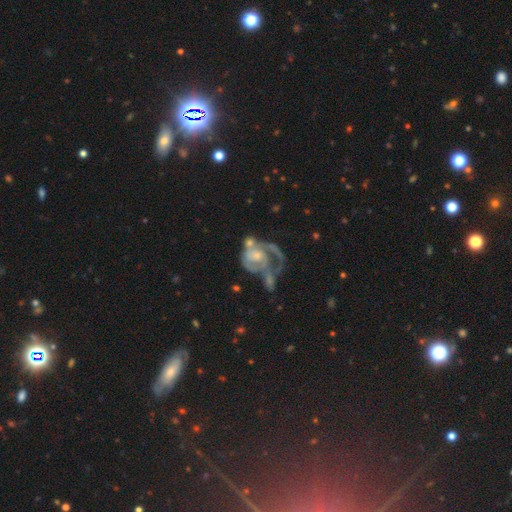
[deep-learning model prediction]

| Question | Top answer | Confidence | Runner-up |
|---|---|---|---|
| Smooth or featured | featured or disk | 77% | smooth (16%) |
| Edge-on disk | no | 98% | yes (2%) |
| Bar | no | 73% | weak (22%) |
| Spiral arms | yes | 75% | no (25%) |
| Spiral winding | tight | 40% | medium (36%) |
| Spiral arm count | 1 | 49% | 2 (23%) |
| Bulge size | moderate | 39% | small (35%) |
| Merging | major disturbance | 41% | merger (26%) |